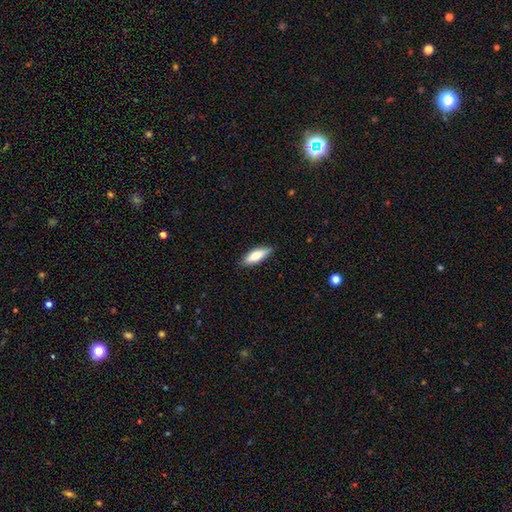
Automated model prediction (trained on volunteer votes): A smooth galaxy with no disk features (72%) that is in between round and cigar-shaped (52%). Merging: none (87%).